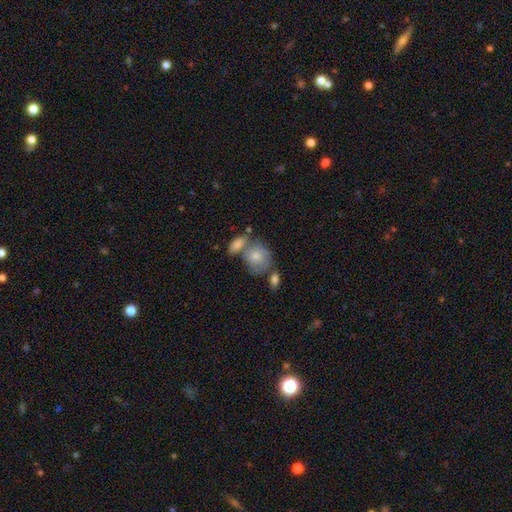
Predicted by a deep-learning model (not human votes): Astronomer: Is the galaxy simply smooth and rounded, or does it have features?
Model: smooth — 56% (runner-up: featured or disk, 31%).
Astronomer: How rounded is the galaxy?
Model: round — 67%.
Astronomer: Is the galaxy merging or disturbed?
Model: none — 46% (runner-up: merger, 36%).